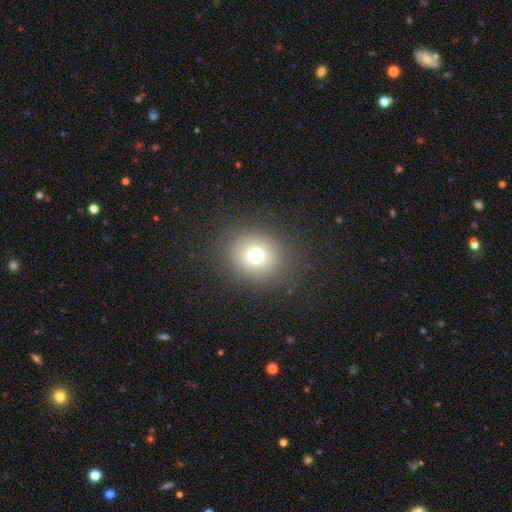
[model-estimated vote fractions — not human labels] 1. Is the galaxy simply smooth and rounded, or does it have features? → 71% smooth, 17% star or artifact, 13% featured or disk.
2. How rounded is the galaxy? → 82% round, 18% in between, 1% cigar-shaped.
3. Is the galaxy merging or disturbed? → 87% none, 7% minor disturbance, 5% major disturbance, 1% merger.